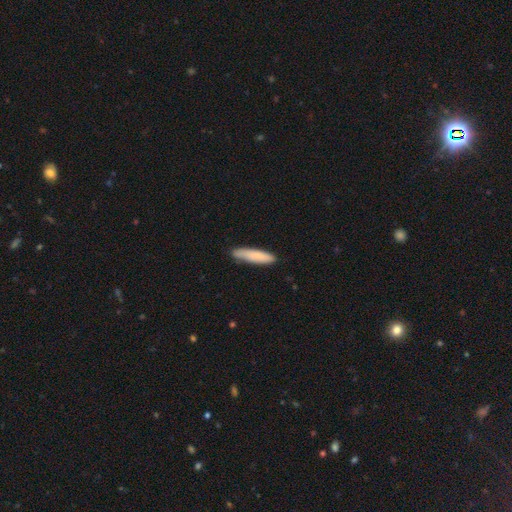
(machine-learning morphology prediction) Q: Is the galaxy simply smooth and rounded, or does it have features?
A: smooth — 83%.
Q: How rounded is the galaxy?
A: cigar-shaped — 82%.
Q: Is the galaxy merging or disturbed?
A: none — 84%.